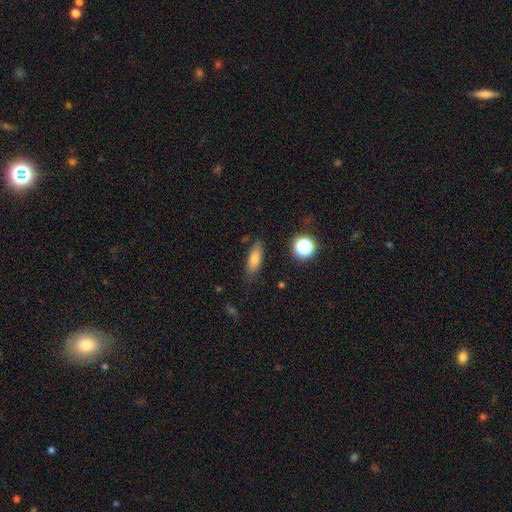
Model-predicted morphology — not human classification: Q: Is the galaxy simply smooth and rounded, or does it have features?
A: smooth — 70%.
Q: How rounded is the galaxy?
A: in between — 57%.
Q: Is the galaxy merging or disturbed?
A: none — 83%.